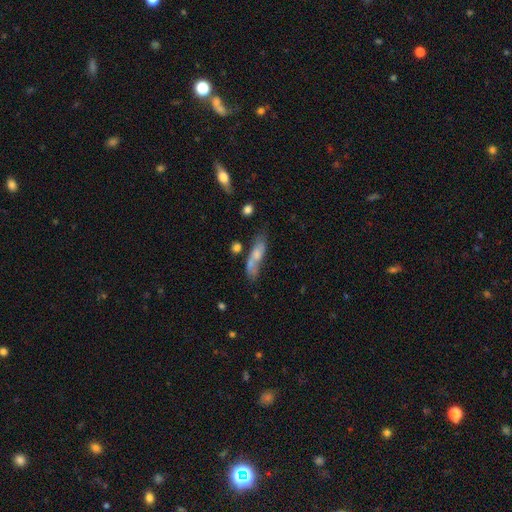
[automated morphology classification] A smooth galaxy with no disk features (53%) that is cigar-shaped (57%).

Vote fractions:
- Smooth or featured? smooth: 53% / featured or disk: 38% / star or artifact: 9%
- How rounded? cigar-shaped: 57% / in between: 39% / round: 3%
- Merging? none: 44% / minor disturbance: 24% / merger: 18% / major disturbance: 14%